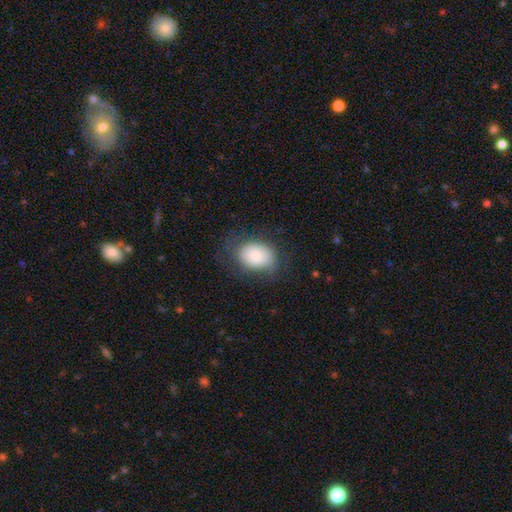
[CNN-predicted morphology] smooth-or-featured: smooth: 81% | featured or disk: 11% | star or artifact: 8%
  how-rounded: in between: 73% | round: 26% | cigar-shaped: 1%
  merging: none: 64% | minor disturbance: 22% | major disturbance: 13% | merger: 1%